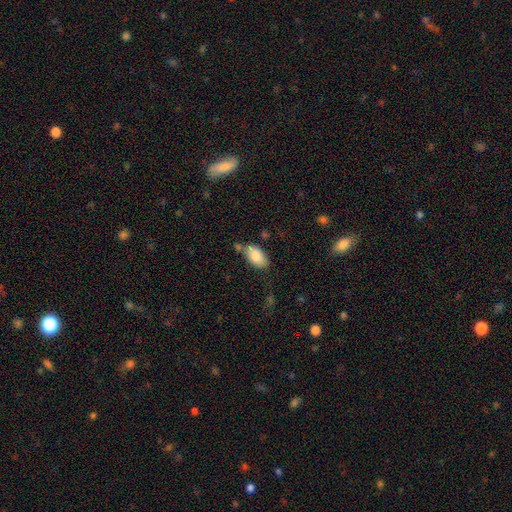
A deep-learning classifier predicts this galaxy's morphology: A smooth galaxy with no disk features (85%) that is in between round and cigar-shaped (94%). Merging: none (64%).